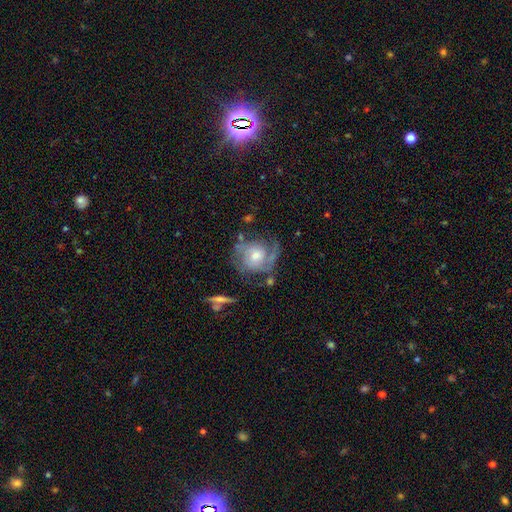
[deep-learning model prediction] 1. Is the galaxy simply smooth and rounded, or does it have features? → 77% featured or disk, 16% smooth, 7% star or artifact.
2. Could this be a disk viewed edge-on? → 97% no, 3% yes.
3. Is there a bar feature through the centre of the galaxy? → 64% no, 31% weak, 5% strong.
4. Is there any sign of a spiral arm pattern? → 92% yes, 8% no.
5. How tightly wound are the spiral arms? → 42% medium, 41% tight, 17% loose.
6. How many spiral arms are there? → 53% 2, 19% can't tell, 14% 1, 9% 3, 3% 4, 3% more than 4.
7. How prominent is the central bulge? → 59% moderate, 29% small, 8% large, 2% none, 1% dominant.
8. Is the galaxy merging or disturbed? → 58% none, 21% minor disturbance, 15% major disturbance, 5% merger.